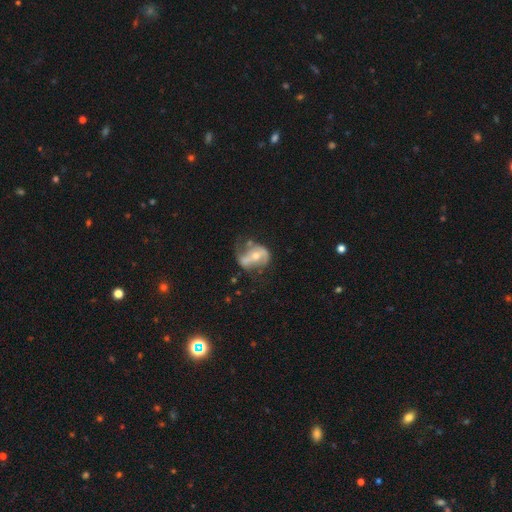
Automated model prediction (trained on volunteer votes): Smooth or featured? Predicted: featured or disk (p=0.76). Edge-on disk? Predicted: no (p=0.95). Bar? Predicted: no (p=0.35). Spiral arms? Predicted: yes (p=0.81). Spiral winding? Predicted: loose (p=0.49). Spiral arm count? Predicted: 2 (p=0.79). Bulge size? Predicted: moderate (p=0.55). Merging? Predicted: none (p=0.46).